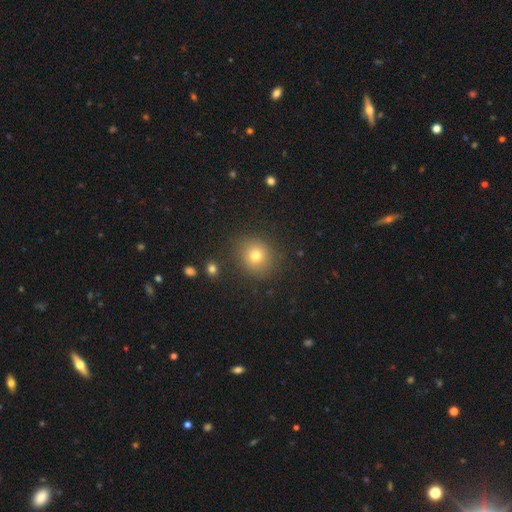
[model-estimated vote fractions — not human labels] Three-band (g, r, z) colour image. It shows a smooth galaxy with no disk features (75%) that is round (85%). Merging: none (86%).